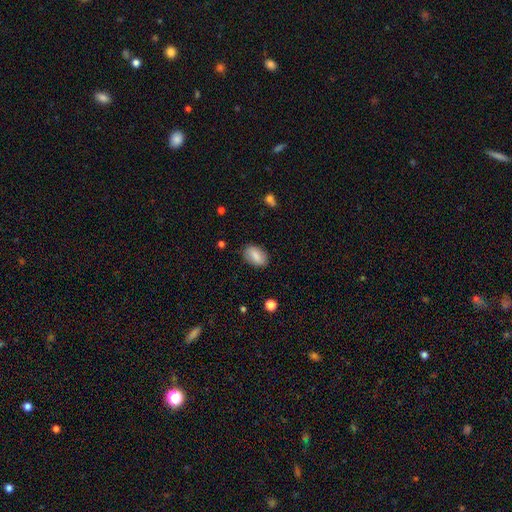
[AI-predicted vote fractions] Smooth or featured? Predicted: smooth (p=0.80). How rounded? Predicted: in between (p=0.90). Merging? Predicted: none (p=0.84).